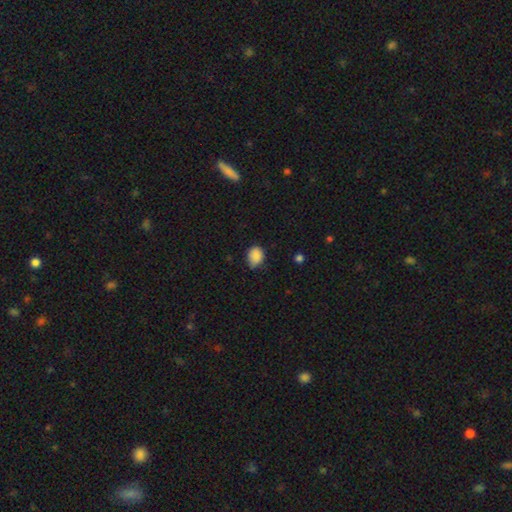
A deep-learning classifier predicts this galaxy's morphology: Smooth or featured?
  - smooth: 87% *
  - star or artifact: 9%
  - featured or disk: 4%
How rounded?
  - in between: 52% *
  - round: 47%
  - cigar-shaped: 1%
Merging?
  - none: 61% *
  - minor disturbance: 33%
  - major disturbance: 5%
  - merger: 1%